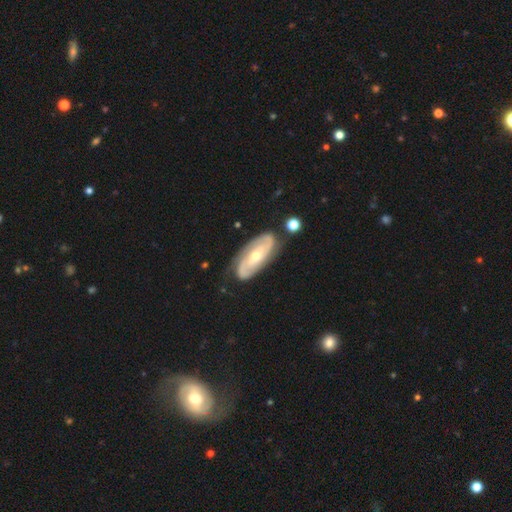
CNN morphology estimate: Smooth or featured? featured or disk (84%)
Edge-on disk? no (93%)
Bar? no (52%)
Spiral arms? yes (94%)
Spiral winding? tight (50%)
Spiral arm count? 2 (79%)
Bulge size? moderate (51%)
Merging? none (79%)